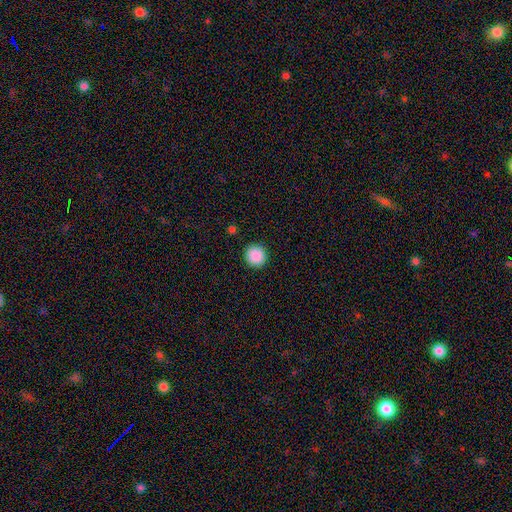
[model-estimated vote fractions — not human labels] smooth 89%, star or artifact 9%, featured or disk 2%. Down the decision tree: how rounded — round (93%); merging — none (93%).